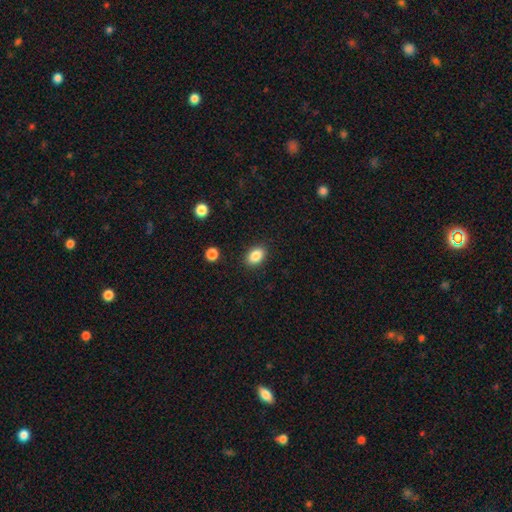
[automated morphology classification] The model was most divided on "how rounded": in between: 82%, round: 17%, cigar-shaped: 1%. More confident: merging — none (88%); smooth or featured — smooth (86%).